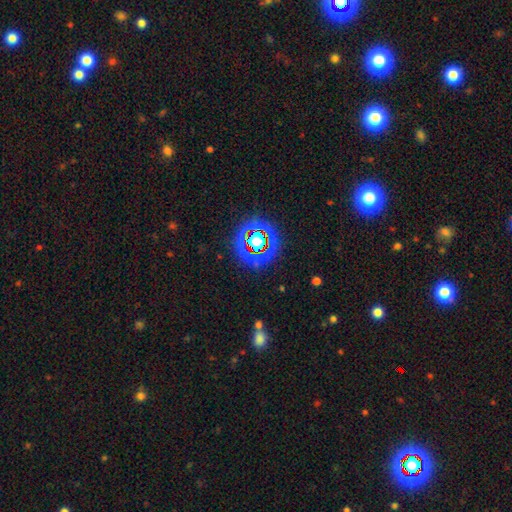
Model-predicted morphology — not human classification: Overall: star or artifact (63%; smooth 24%).